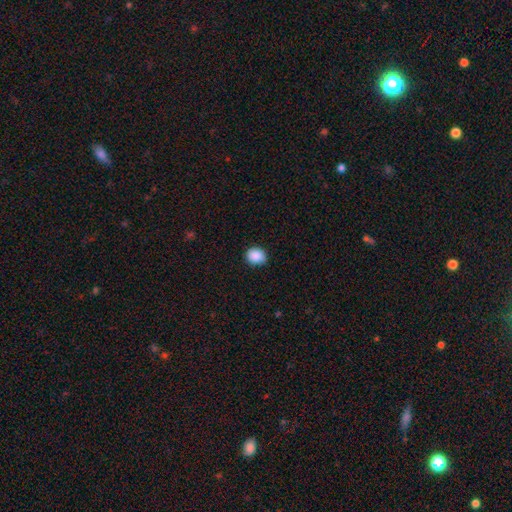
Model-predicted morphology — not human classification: This appears to be a smooth galaxy with no disk features (89%) that is round (68%). Merging: none (81%).